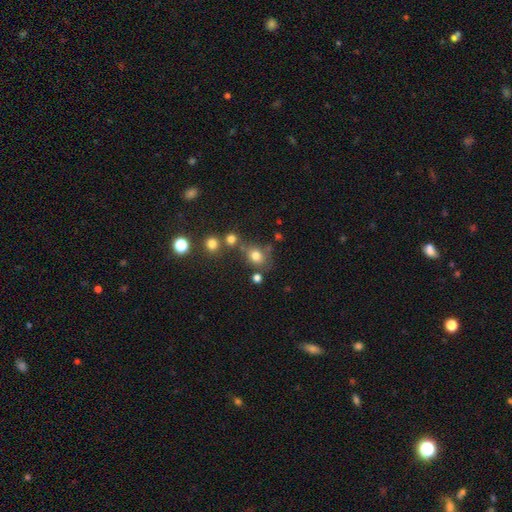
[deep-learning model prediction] Morphology: type=smooth (76%); roundness=round (63%); merging=none (61%).